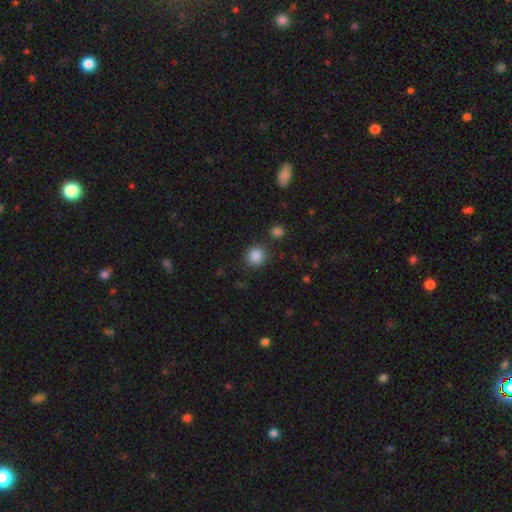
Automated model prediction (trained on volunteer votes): Morphology: type=smooth (86%); roundness=round (88%); merging=none (81%).